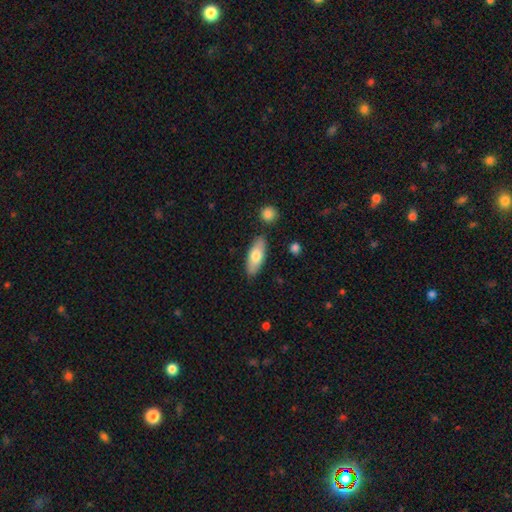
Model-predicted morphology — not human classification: A smooth galaxy with no disk features (71%) that is in between round and cigar-shaped (75%). Merging: none (84%).